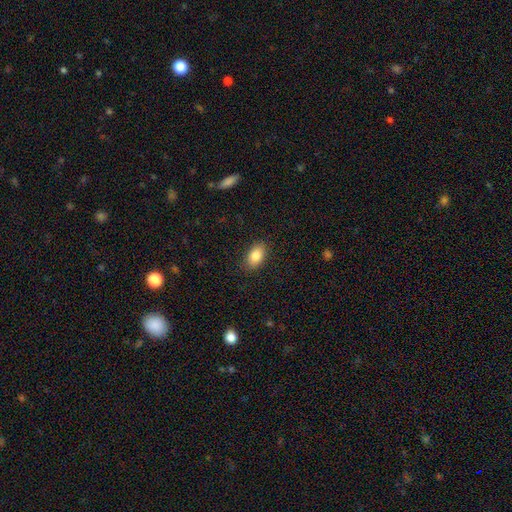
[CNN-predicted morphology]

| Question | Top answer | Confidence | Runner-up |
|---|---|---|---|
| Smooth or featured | smooth | 86% | star or artifact (7%) |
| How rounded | in between | 90% | round (8%) |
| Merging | none | 87% | minor disturbance (9%) |